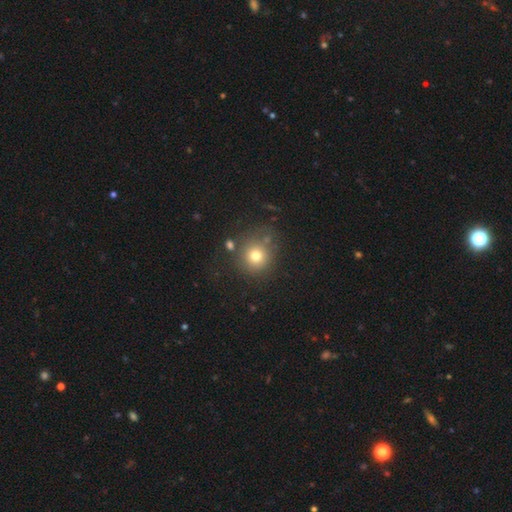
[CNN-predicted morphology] A smooth galaxy with no disk features (74%) that is round (91%). Merging: none (74%).